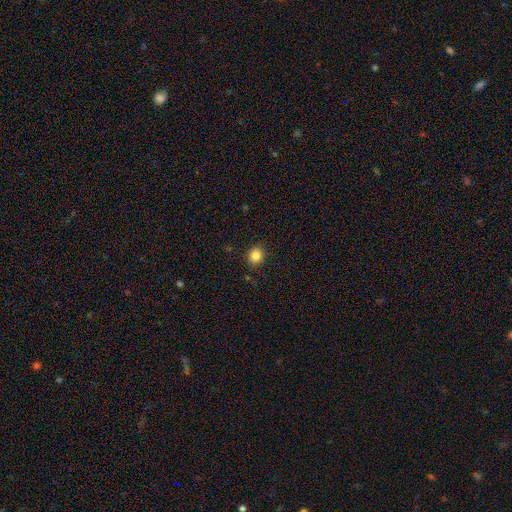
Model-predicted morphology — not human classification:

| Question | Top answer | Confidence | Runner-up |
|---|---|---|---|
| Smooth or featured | smooth | 84% | star or artifact (11%) |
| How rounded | round | 79% | in between (20%) |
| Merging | none | 89% | minor disturbance (8%) |